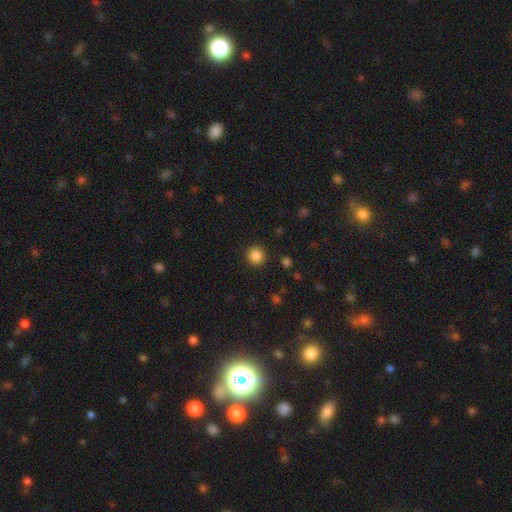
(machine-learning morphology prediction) smooth-or-featured: smooth: 86% | star or artifact: 11% | featured or disk: 3%
  how-rounded: round: 94% | in between: 5% | cigar-shaped: 1%
  merging: none: 91% | minor disturbance: 5% | major disturbance: 2% | merger: 1%